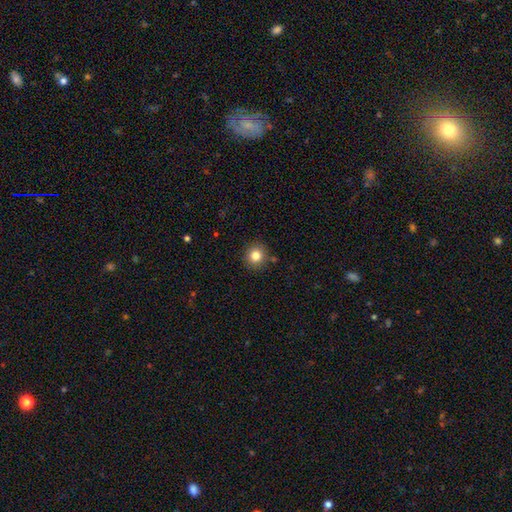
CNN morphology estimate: Smooth or featured: smooth — 82% (star or artifact — 11%)
How rounded: round — 91% (in between — 8%)
Merging: none — 88% (minor disturbance — 8%)